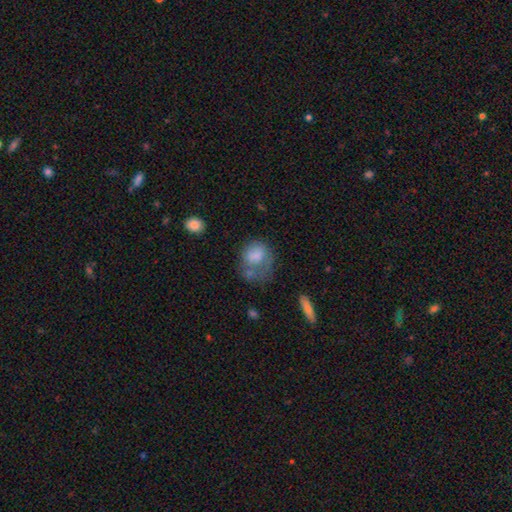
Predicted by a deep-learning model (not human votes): smooth 72%, featured or disk 19%, star or artifact 9%. Down the decision tree: how rounded — round (51%); merging — major disturbance (37%).